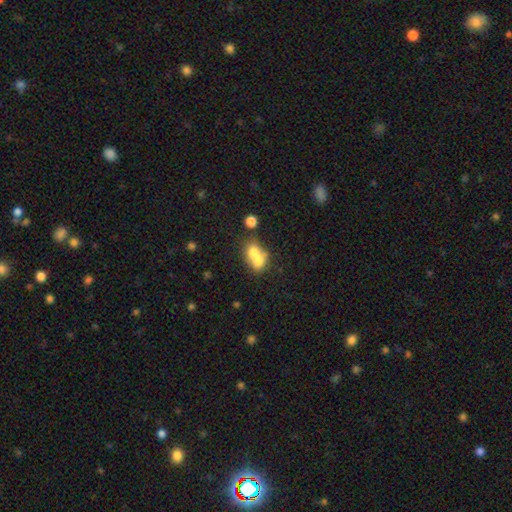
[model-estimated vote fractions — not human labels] Smooth or featured?
  - smooth: 67% *
  - featured or disk: 22%
  - star or artifact: 11%
How rounded?
  - round: 52% *
  - in between: 47%
  - cigar-shaped: 1%
Merging?
  - merger: 69% *
  - none: 21%
  - minor disturbance: 6%
  - major disturbance: 4%